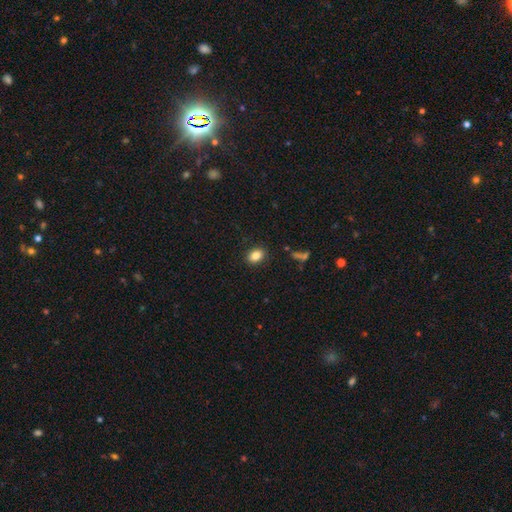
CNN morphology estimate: Smooth or featured?
  - smooth: 84% *
  - star or artifact: 10%
  - featured or disk: 6%
How rounded?
  - in between: 73% *
  - round: 26%
  - cigar-shaped: 1%
Merging?
  - none: 88% *
  - minor disturbance: 8%
  - major disturbance: 2%
  - merger: 1%